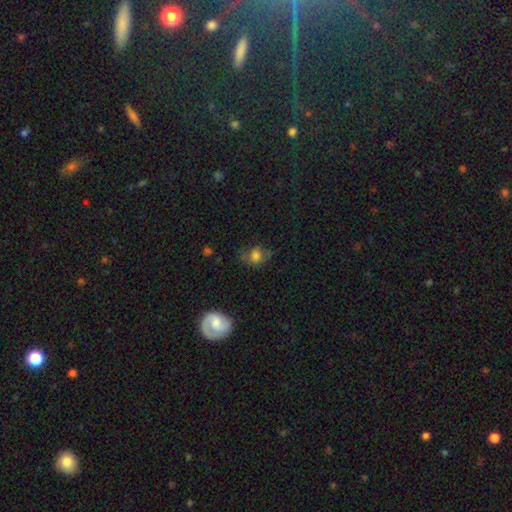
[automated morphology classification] A smooth galaxy with no disk features (68%) that is round (58%). Merging: none (55%).